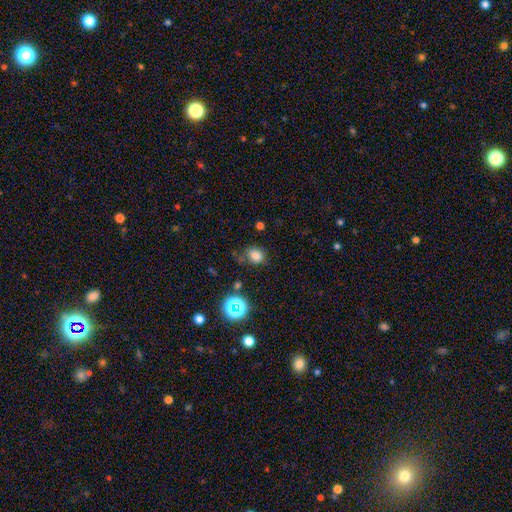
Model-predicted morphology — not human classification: Smooth or featured? smooth (76%)
How rounded? round (62%)
Merging? none (67%)